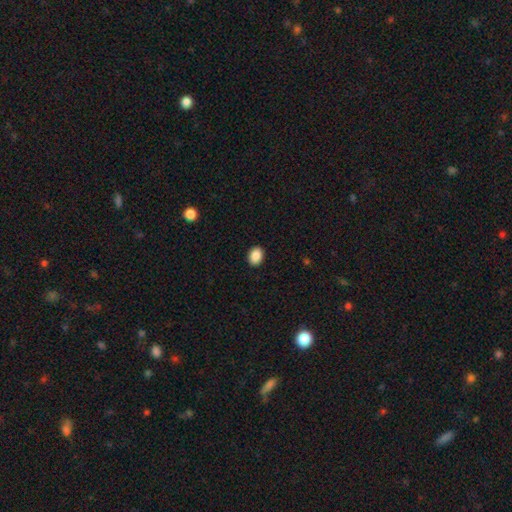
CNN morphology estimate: Smooth or featured: smooth — 89% (star or artifact — 8%)
How rounded: in between — 66% (round — 33%)
Merging: none — 91% (minor disturbance — 6%)